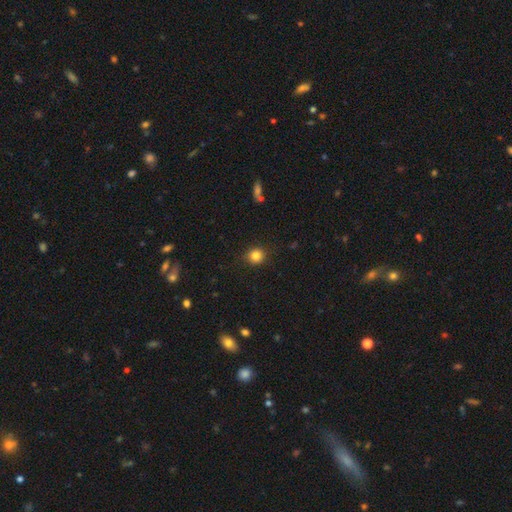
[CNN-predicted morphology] A smooth galaxy with no disk features (83%) that is round (86%). Merging: none (87%).